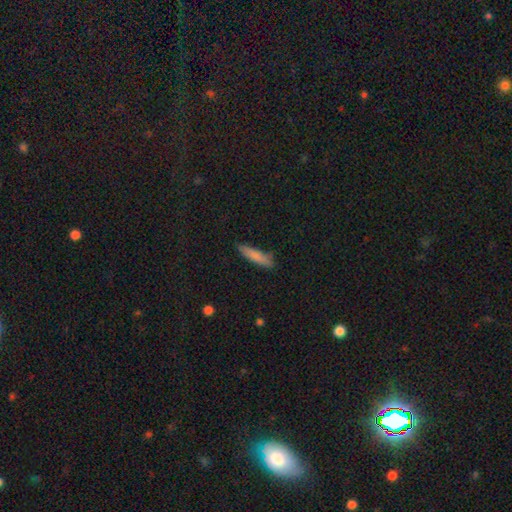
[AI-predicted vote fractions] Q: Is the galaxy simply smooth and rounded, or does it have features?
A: smooth — 80%.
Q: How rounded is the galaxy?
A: cigar-shaped — 83%.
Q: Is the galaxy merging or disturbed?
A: none — 77%.